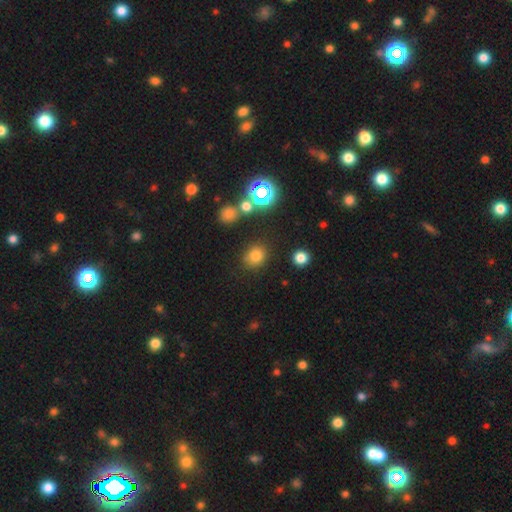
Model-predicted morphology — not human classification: Smooth or featured? Predicted: smooth (p=0.73). How rounded? Predicted: round (p=0.73). Merging? Predicted: none (p=0.82).